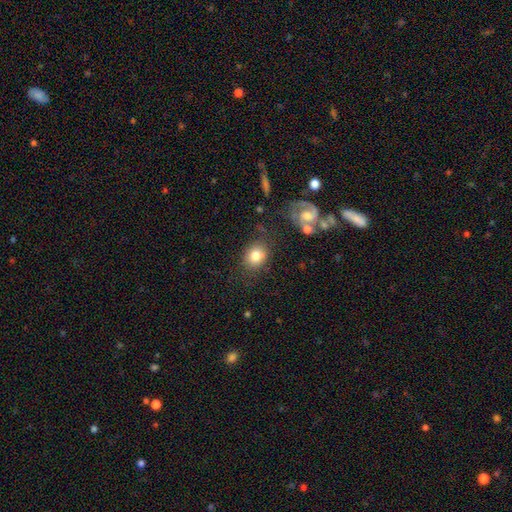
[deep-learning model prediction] smooth_or_featured: smooth (p=0.79) [alt: featured or disk p=0.12]
how_rounded: round (p=0.56) [alt: in between p=0.43]
merging: none (p=0.74) [alt: minor disturbance p=0.15]